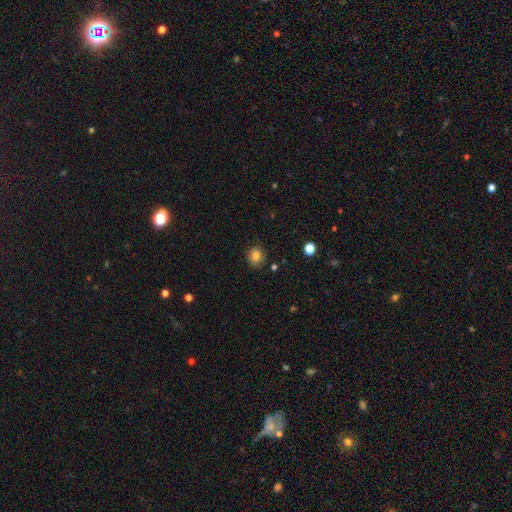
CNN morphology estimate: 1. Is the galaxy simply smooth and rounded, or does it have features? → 82% smooth, 11% star or artifact, 7% featured or disk.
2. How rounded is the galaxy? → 81% round, 18% in between, 1% cigar-shaped.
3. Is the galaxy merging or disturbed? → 85% none, 11% minor disturbance, 2% major disturbance, 2% merger.